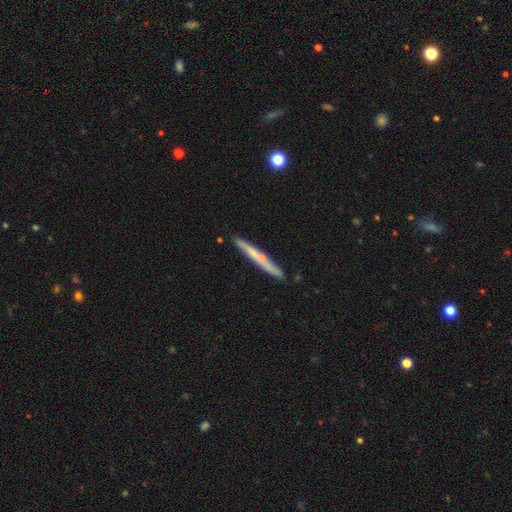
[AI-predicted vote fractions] Smooth or featured?
  - featured or disk: 63% *
  - smooth: 30%
  - star or artifact: 6%
Edge-on disk?
  - yes: 94% *
  - no: 6%
Edge-on bulge?
  - rounded: 54% *
  - none: 42%
  - boxy: 4%
Merging?
  - none: 86% *
  - minor disturbance: 10%
  - merger: 2%
  - major disturbance: 2%